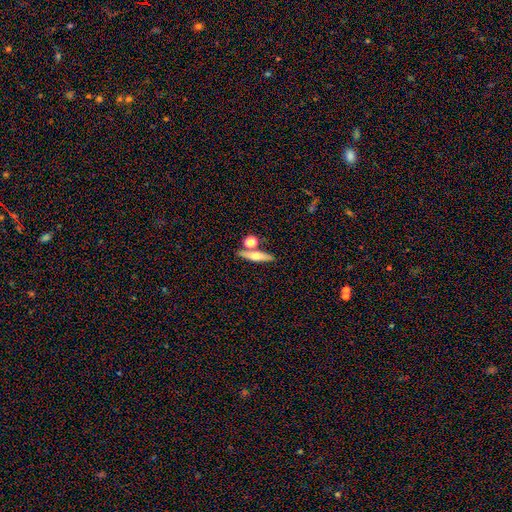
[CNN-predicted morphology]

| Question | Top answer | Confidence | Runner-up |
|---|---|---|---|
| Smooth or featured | smooth | 50% | featured or disk (42%) |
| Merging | none | 72% | merger (16%) |